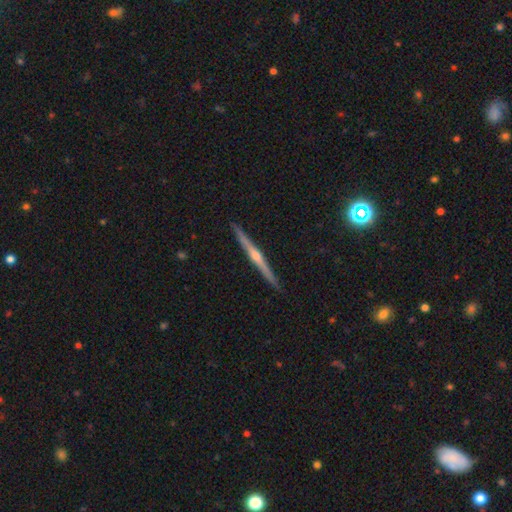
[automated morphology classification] type=featured or disk (83%); edge-on=yes (99%); edge-on bulge=rounded (88%); merging=none (93%).